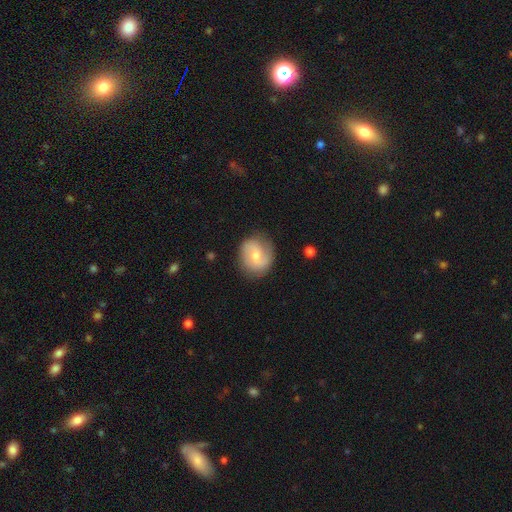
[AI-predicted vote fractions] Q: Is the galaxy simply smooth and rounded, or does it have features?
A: featured or disk — 61%.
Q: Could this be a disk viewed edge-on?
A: no — 98%.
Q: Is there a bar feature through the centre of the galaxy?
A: no — 48%.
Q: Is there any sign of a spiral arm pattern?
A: yes — 88%.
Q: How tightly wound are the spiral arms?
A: medium — 45%.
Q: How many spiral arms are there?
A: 2 — 83%.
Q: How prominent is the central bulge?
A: moderate — 51%.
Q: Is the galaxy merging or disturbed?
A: none — 79%.